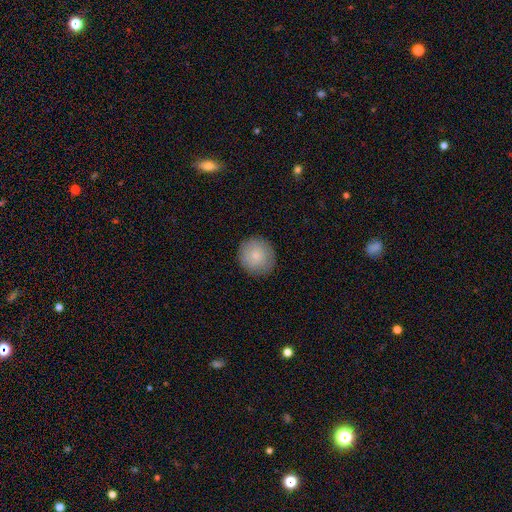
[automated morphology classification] The model was most divided on "smooth or featured": smooth: 82%, featured or disk: 11%, star or artifact: 7%. More confident: how rounded — round (92%); merging — none (88%).